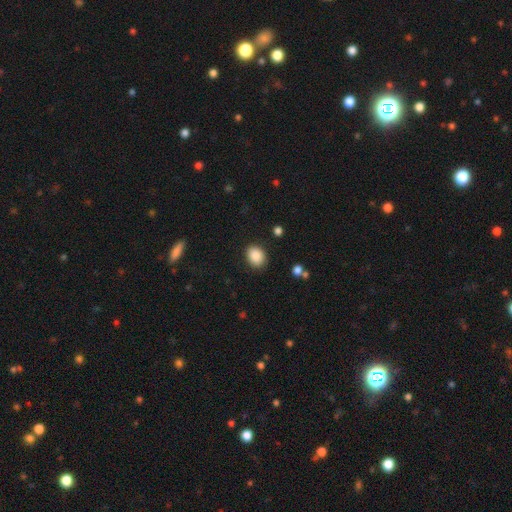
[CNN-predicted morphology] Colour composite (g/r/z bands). It shows a smooth galaxy with no disk features (88%) that is in between round and cigar-shaped (55%). Merging: none (85%).